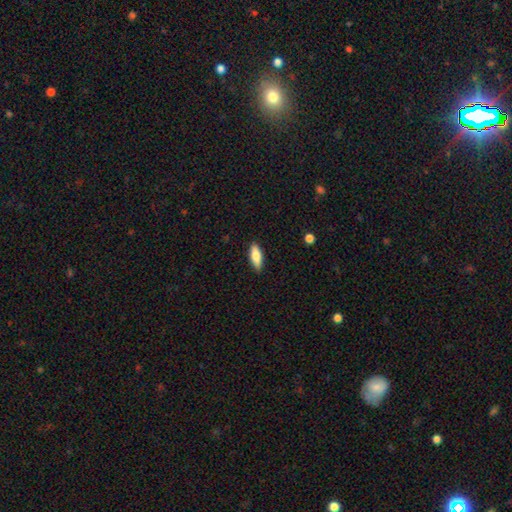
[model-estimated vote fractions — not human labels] smooth 79%, featured or disk 15%, star or artifact 6%. Down the decision tree: how rounded — in between (65%); merging — none (87%).